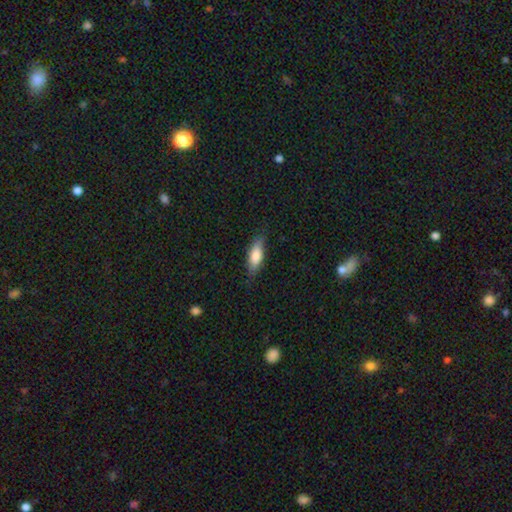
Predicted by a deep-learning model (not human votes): Smooth or featured? smooth (77%)
How rounded? in between (69%)
Merging? none (74%)